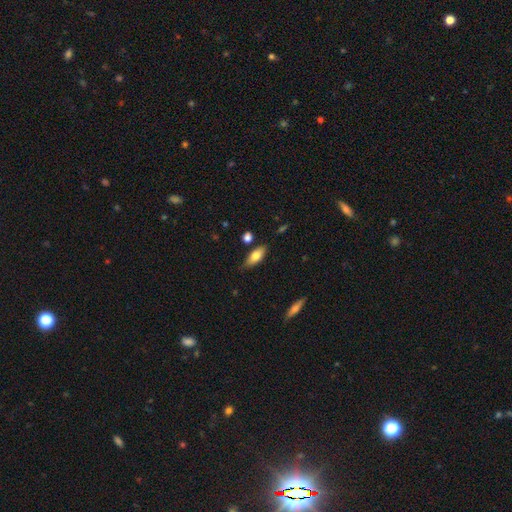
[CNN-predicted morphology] This is likely a smooth galaxy (72%). How rounded: likely in between (76%). Merging: likely none (77%).